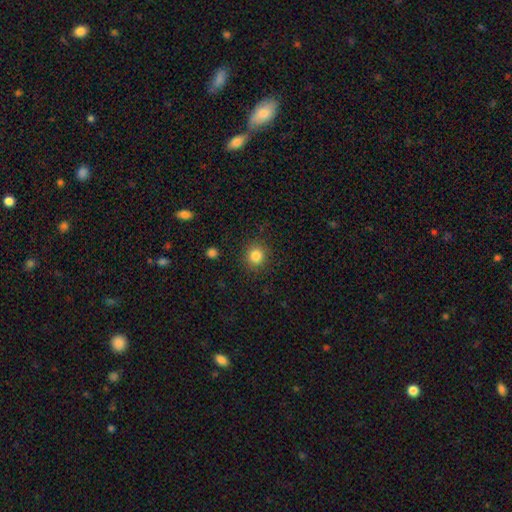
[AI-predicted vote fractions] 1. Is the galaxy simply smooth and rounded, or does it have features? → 84% smooth, 11% star or artifact, 5% featured or disk.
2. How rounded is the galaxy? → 91% round, 8% in between, 1% cigar-shaped.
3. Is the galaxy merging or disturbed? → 89% none, 7% minor disturbance, 3% major disturbance, 1% merger.